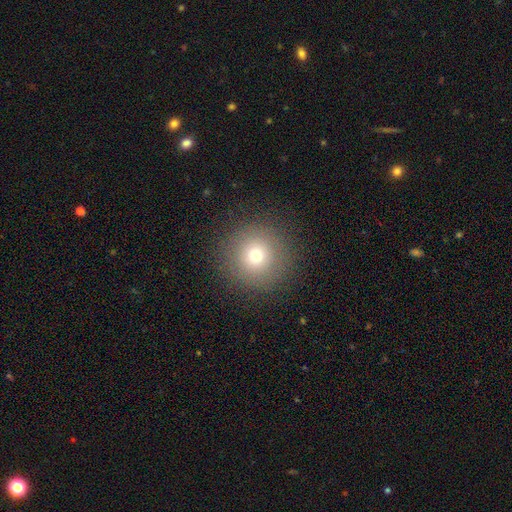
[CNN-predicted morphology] smooth 71%, star or artifact 16%, featured or disk 12%. Down the decision tree: how rounded — round (96%); merging — none (90%).